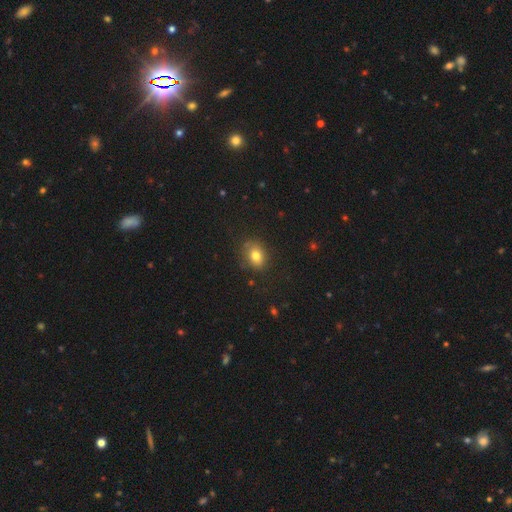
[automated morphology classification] Q: Smooth or featured?
A: smooth (78%); runner-up: star or artifact (12%)
Q: How rounded?
A: in between (56%); runner-up: round (43%)
Q: Merging?
A: none (79%); runner-up: minor disturbance (15%)